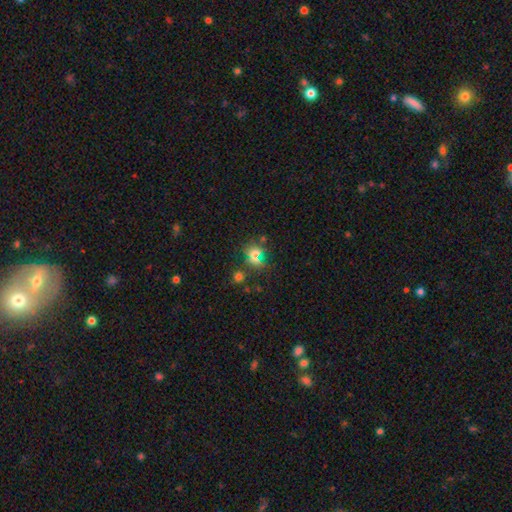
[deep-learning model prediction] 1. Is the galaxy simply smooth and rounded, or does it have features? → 57% smooth, 29% star or artifact, 14% featured or disk.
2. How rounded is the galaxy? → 66% round, 32% in between, 3% cigar-shaped.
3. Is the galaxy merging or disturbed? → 67% none, 14% minor disturbance, 11% merger, 8% major disturbance.